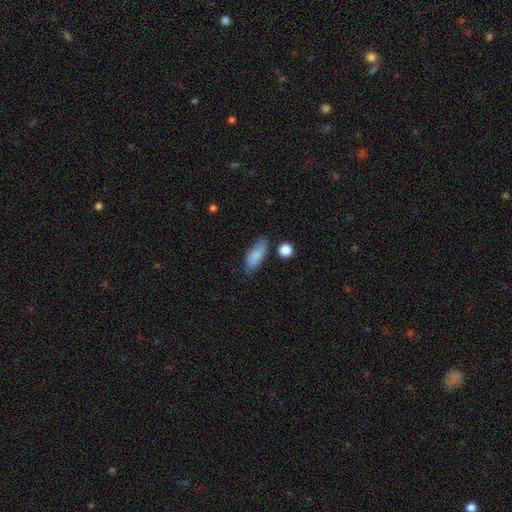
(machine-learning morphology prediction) type=smooth (84%); roundness=in between (79%); merging=none (75%).